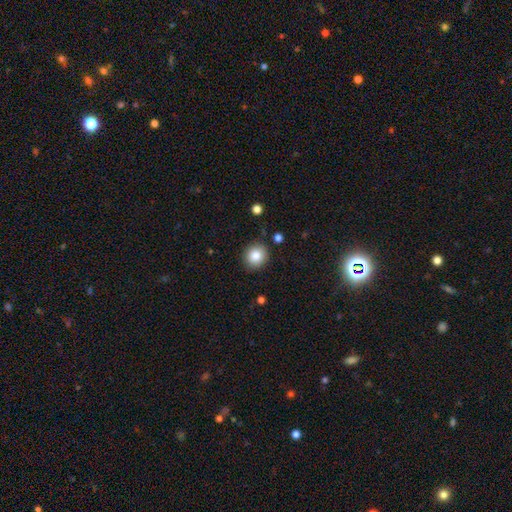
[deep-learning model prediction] A smooth galaxy with no disk features (83%) that is round (83%).

Vote fractions:
- Smooth or featured? smooth: 83% / star or artifact: 9% / featured or disk: 8%
- How rounded? round: 83% / in between: 16% / cigar-shaped: 1%
- Merging? none: 88% / minor disturbance: 8% / major disturbance: 2% / merger: 2%